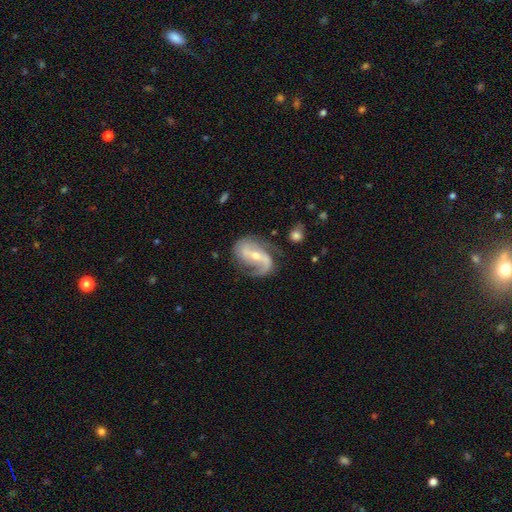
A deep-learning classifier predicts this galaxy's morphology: A featured or disk galaxy (88%) with a strong bar (40%), 2 (81%) medium (45%) spiral arms (96%) and a small central bulge (48%, tied with moderate). Merging: none (66%).